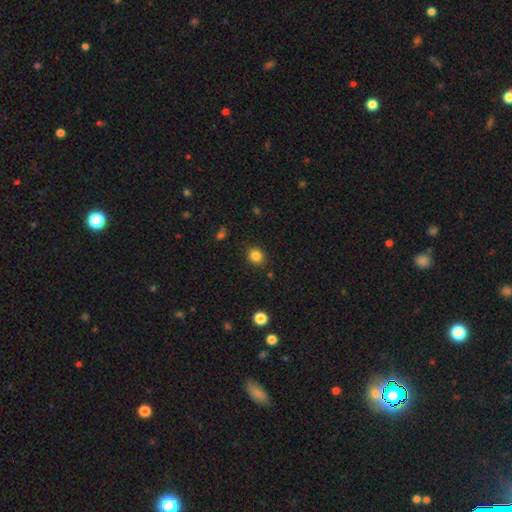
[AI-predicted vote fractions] This is clearly a smooth galaxy (84%). How rounded: likely round (71%). Merging: clearly none (88%).